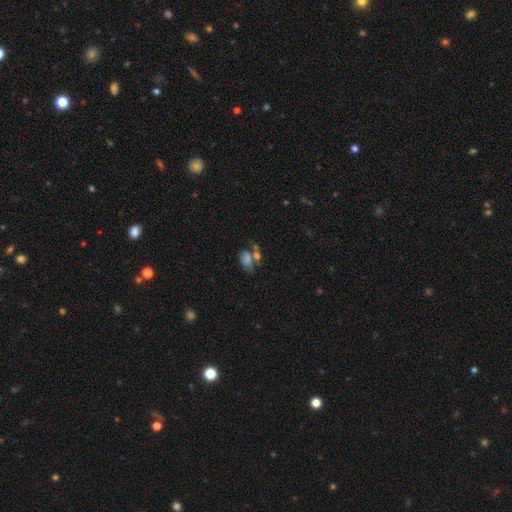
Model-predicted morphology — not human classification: This appears to be a smooth galaxy with no disk features (50%) that is in between round and cigar-shaped (78%). Merging: none (37%).